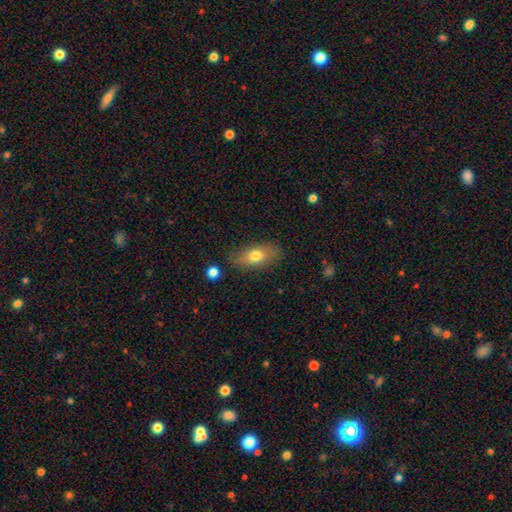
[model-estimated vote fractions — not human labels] Smooth or featured? smooth (73%)
How rounded? in between (84%)
Merging? none (82%)